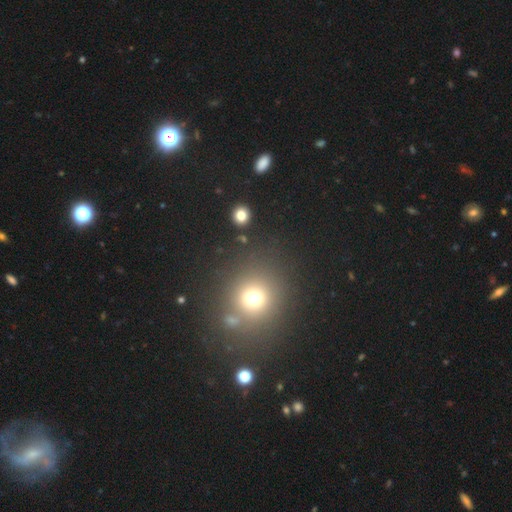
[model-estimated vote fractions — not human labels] Smooth or featured: smooth — 53% (star or artifact — 39%)
How rounded: round — 81% (in between — 18%)
Merging: none — 83% (minor disturbance — 8%)